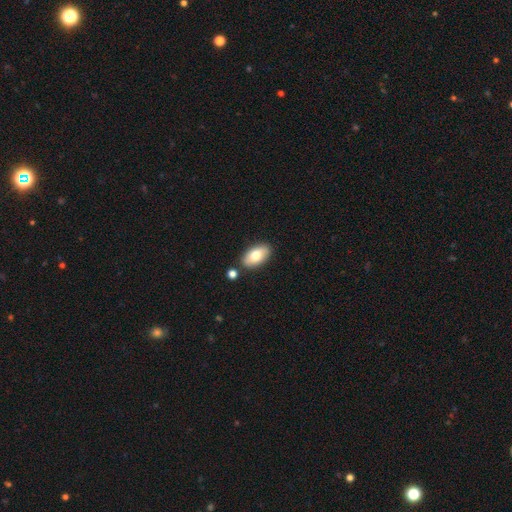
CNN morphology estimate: A smooth galaxy with no disk features (75%) that is in between round and cigar-shaped (93%).

Vote fractions:
- Smooth or featured? smooth: 75% / featured or disk: 18% / star or artifact: 7%
- How rounded? in between: 93% / round: 4% / cigar-shaped: 3%
- Merging? none: 82% / minor disturbance: 10% / merger: 6% / major disturbance: 2%